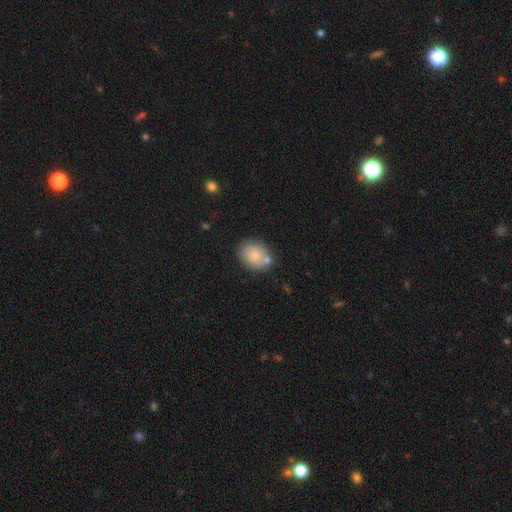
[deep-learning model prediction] The model was most divided on "how rounded": in between: 50%, round: 49%, cigar-shaped: 1%. More confident: smooth or featured — smooth (81%); merging — none (71%).